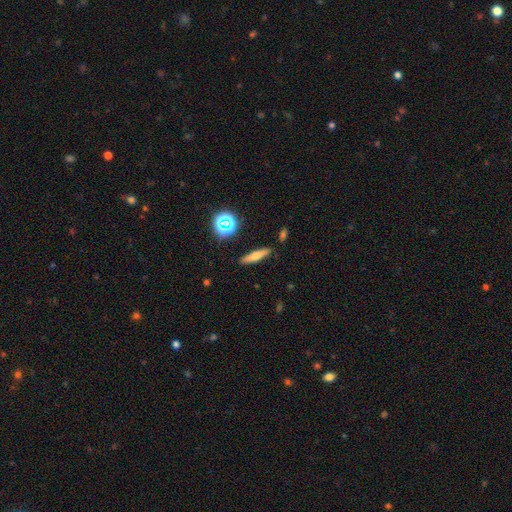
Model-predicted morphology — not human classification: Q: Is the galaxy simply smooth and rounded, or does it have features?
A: smooth — 59%.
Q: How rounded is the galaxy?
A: cigar-shaped — 78%.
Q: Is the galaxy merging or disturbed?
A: none — 87%.